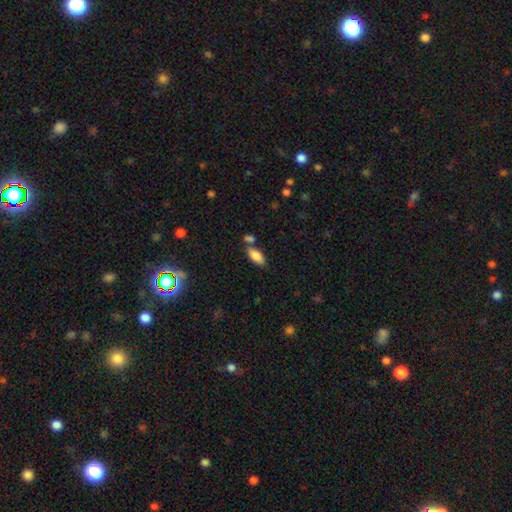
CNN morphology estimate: smooth-or-featured: smooth: 84% | featured or disk: 9% | star or artifact: 7%
  how-rounded: in between: 88% | cigar-shaped: 10% | round: 2%
  merging: none: 66% | merger: 15% | minor disturbance: 15% | major disturbance: 4%